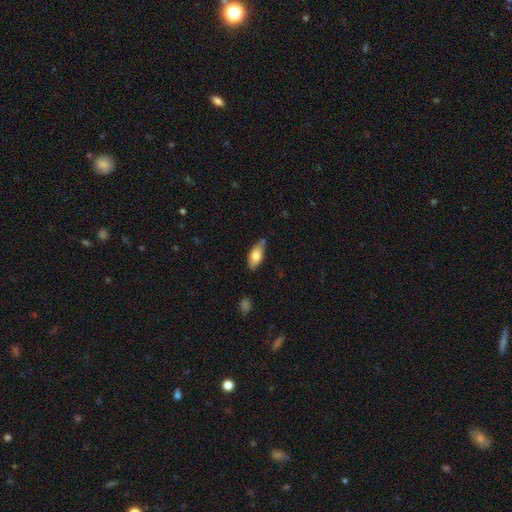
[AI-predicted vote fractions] Overall: smooth (73%). How rounded: in between (83%). Merging: none (68%).